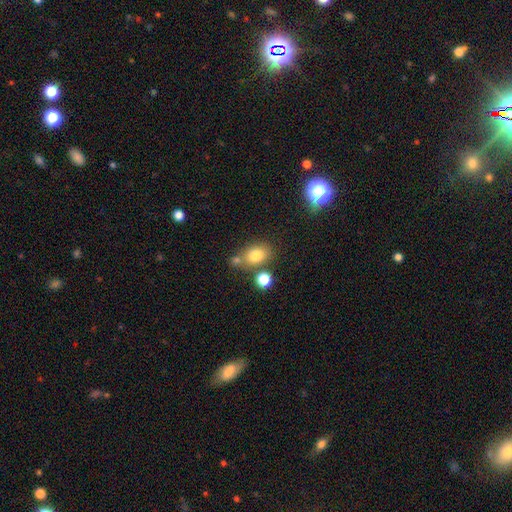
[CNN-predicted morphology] Smooth or featured? Predicted: smooth (p=0.77). How rounded? Predicted: in between (p=0.66). Merging? Predicted: none (p=0.61).